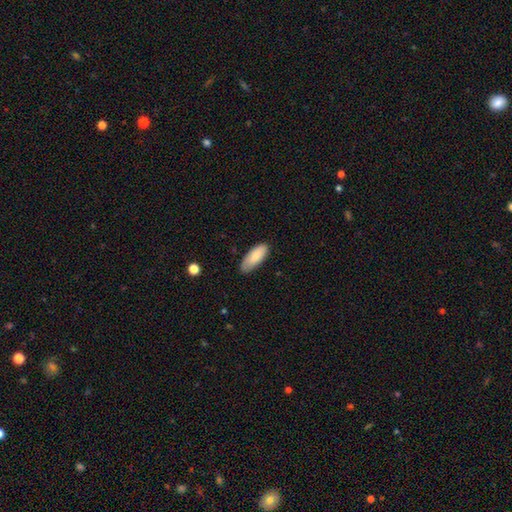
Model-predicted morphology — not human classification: This appears to be a smooth galaxy with no disk features (84%) that is in between round and cigar-shaped (80%). Merging: none (79%).